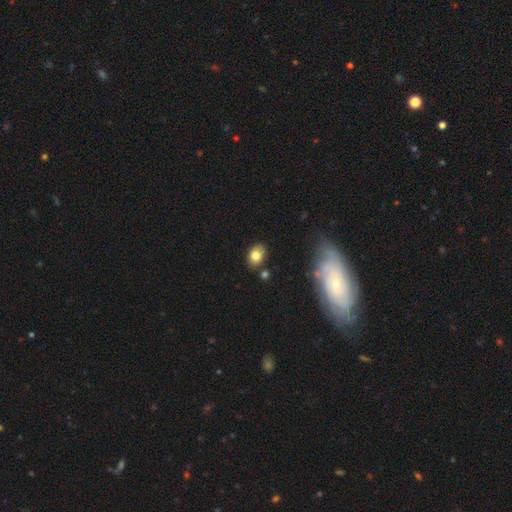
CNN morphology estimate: Overall: smooth (79%). How rounded: in between (79%). Merging: none (79%).